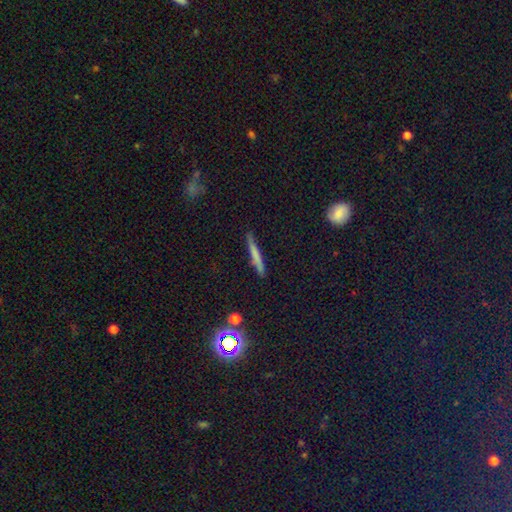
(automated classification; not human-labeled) Overall: smooth (61%; featured or disk 30%). How rounded: cigar-shaped (94%). Merging: none (83%).